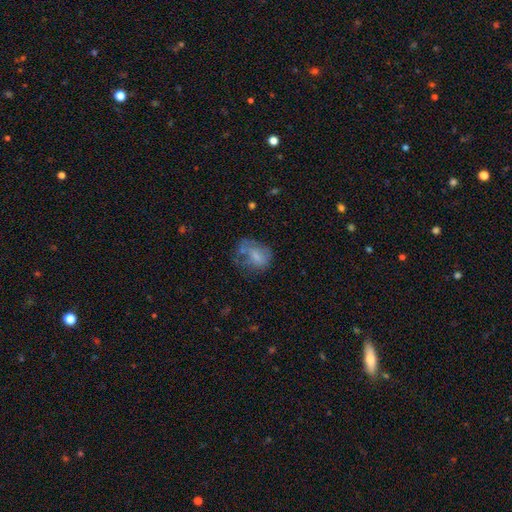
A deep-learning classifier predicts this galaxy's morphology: This is possibly a smooth galaxy (58%). How rounded: likely in between (63%). Merging: marginally none (35%).